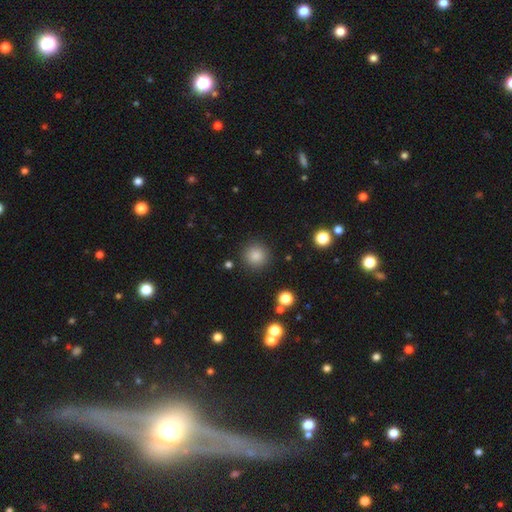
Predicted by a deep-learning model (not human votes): smooth-or-featured: smooth: 85% | star or artifact: 11% | featured or disk: 4%
  how-rounded: round: 95% | in between: 4% | cigar-shaped: 1%
  merging: none: 90% | minor disturbance: 6% | major disturbance: 2% | merger: 2%